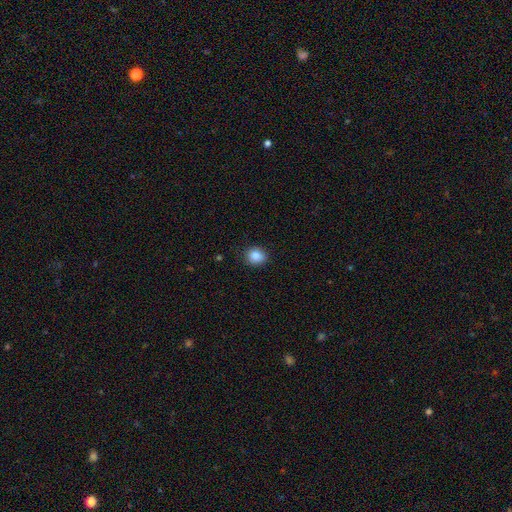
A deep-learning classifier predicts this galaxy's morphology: Smooth or featured: smooth — 87% (star or artifact — 9%)
How rounded: round — 69% (in between — 30%)
Merging: none — 87% (minor disturbance — 9%)